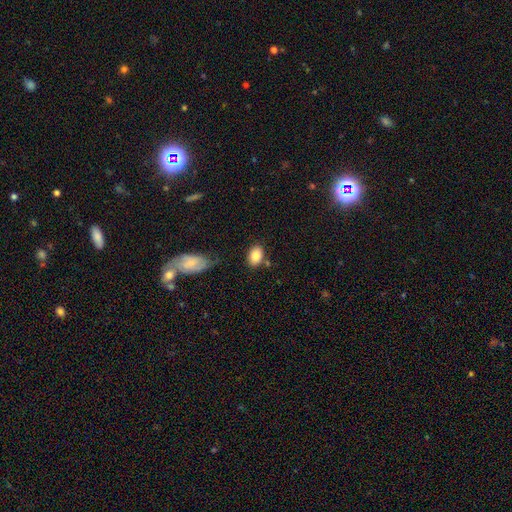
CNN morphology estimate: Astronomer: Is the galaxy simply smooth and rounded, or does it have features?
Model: smooth — 86%.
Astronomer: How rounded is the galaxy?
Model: in between — 82%.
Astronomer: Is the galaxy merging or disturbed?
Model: none — 75%.